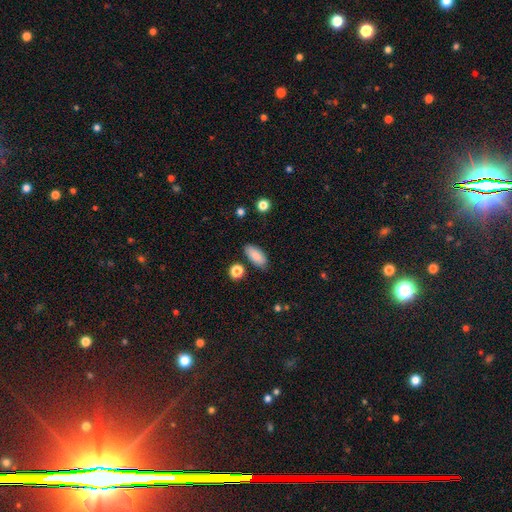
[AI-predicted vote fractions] Smooth or featured?
  - smooth: 86% *
  - star or artifact: 7%
  - featured or disk: 7%
How rounded?
  - in between: 86% *
  - cigar-shaped: 10%
  - round: 3%
Merging?
  - none: 82% *
  - minor disturbance: 12%
  - merger: 4%
  - major disturbance: 3%